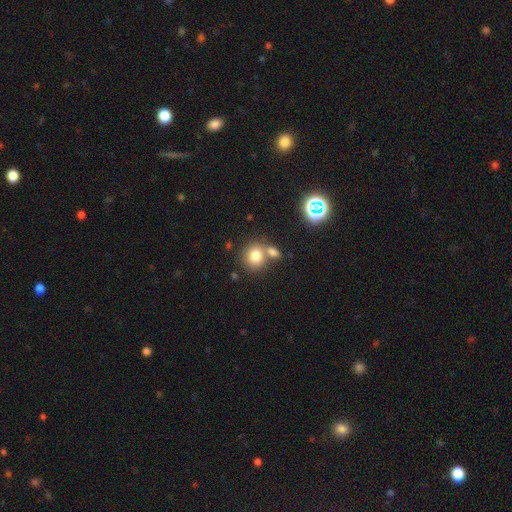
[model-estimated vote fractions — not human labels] Smooth or featured?
  - smooth: 78% *
  - star or artifact: 12%
  - featured or disk: 10%
How rounded?
  - round: 79% *
  - in between: 20%
  - cigar-shaped: 1%
Merging?
  - none: 52% *
  - merger: 35%
  - minor disturbance: 9%
  - major disturbance: 3%